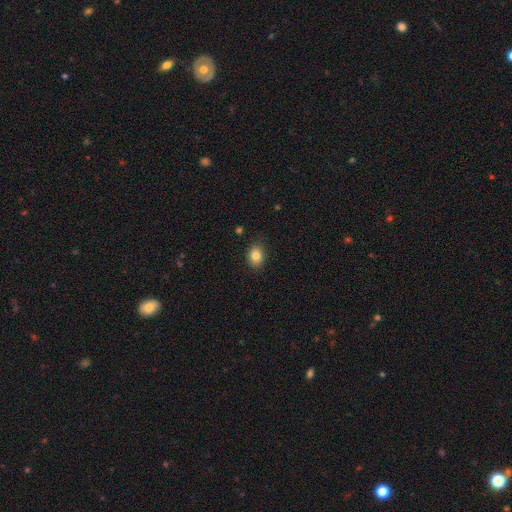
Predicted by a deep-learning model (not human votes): A smooth galaxy with no disk features (83%) that is in between round and cigar-shaped (60%). Merging: none (83%).